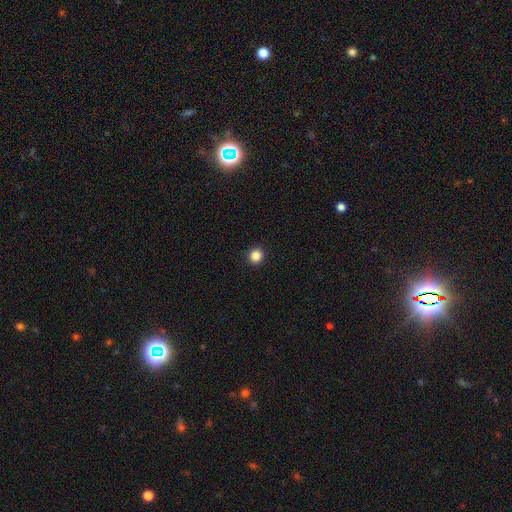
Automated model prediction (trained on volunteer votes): smooth_or_featured: smooth (p=0.86) [alt: star or artifact p=0.11]
how_rounded: round (p=0.92) [alt: in between p=0.07]
merging: none (p=0.93) [alt: minor disturbance p=0.04]